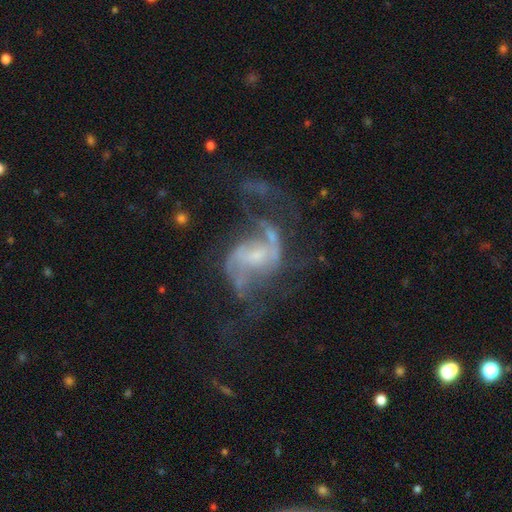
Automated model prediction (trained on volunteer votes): Q: Smooth or featured?
A: featured or disk (81%); runner-up: smooth (10%)
Q: Edge-on disk?
A: no (97%); runner-up: yes (3%)
Q: Bar?
A: weak (46%); runner-up: no (37%)
Q: Spiral arms?
A: yes (83%); runner-up: no (17%)
Q: Spiral winding?
A: loose (48%); runner-up: medium (40%)
Q: Spiral arm count?
A: 2 (63%); runner-up: can't tell (17%)
Q: Bulge size?
A: small (48%); runner-up: moderate (32%)
Q: Merging?
A: none (39%); runner-up: major disturbance (38%)